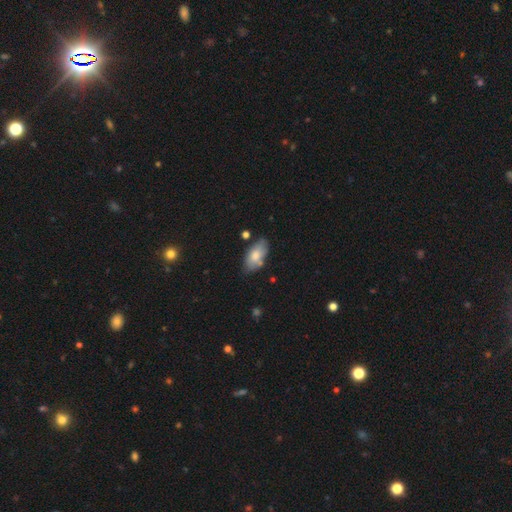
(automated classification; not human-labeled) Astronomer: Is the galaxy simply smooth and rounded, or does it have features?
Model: smooth — 72%.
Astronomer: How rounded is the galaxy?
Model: in between — 93%.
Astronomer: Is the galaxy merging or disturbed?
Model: none — 67%.